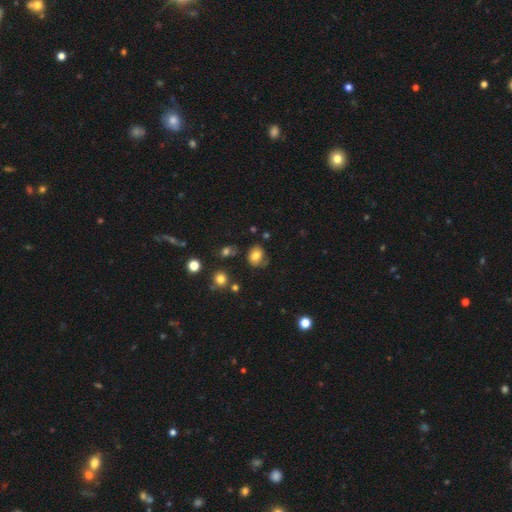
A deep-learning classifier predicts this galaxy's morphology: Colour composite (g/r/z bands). It shows a smooth galaxy with no disk features (72%) that is round (53%). Merging: none (65%).